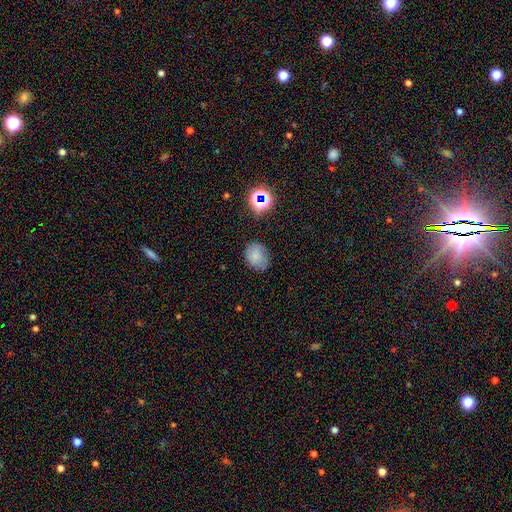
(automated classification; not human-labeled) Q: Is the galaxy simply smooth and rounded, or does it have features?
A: smooth — 75%.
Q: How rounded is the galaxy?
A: in between — 56%.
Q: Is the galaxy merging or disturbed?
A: none — 72%.